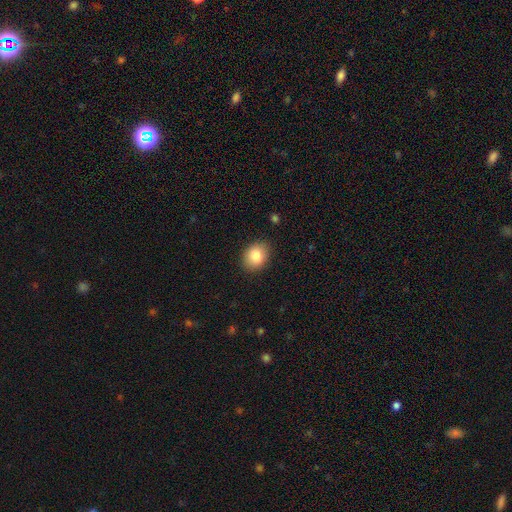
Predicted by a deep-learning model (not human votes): Morphology: type=smooth (85%); roundness=in between (61%); merging=none (86%).